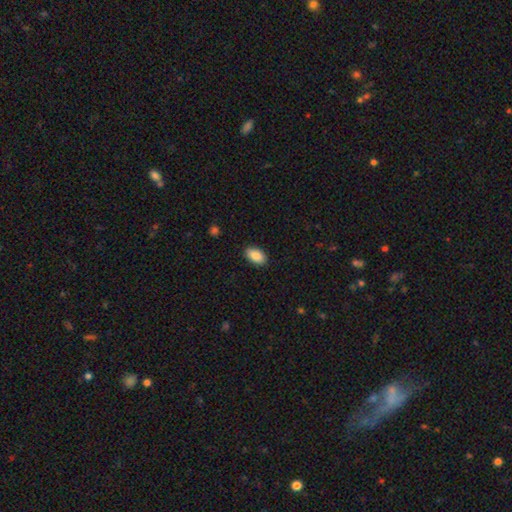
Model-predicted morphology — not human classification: A smooth galaxy with no disk features (89%) that is in between round and cigar-shaped (94%).

Vote fractions:
- Smooth or featured? smooth: 89% / star or artifact: 7% / featured or disk: 4%
- How rounded? in between: 94% / round: 5% / cigar-shaped: 2%
- Merging? none: 89% / minor disturbance: 8% / major disturbance: 2% / merger: 1%